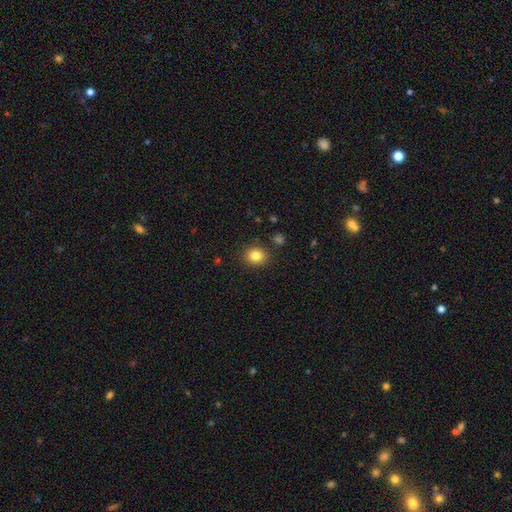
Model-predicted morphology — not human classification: Smooth or featured: smooth — 83% (star or artifact — 11%)
How rounded: round — 70% (in between — 30%)
Merging: none — 88% (minor disturbance — 8%)